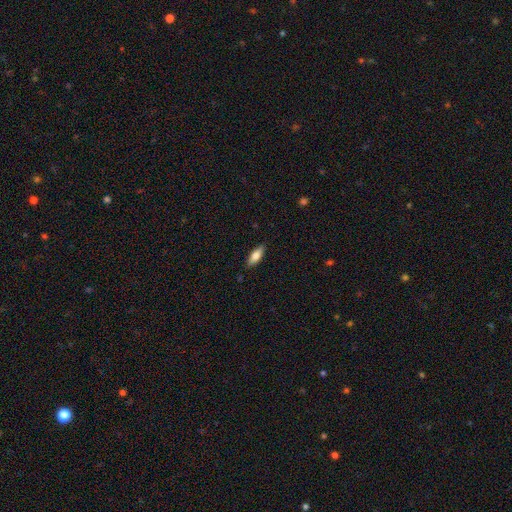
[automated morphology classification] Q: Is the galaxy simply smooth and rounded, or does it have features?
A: smooth — 75%.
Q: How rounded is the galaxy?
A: in between — 68%.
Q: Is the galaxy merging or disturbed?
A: none — 86%.